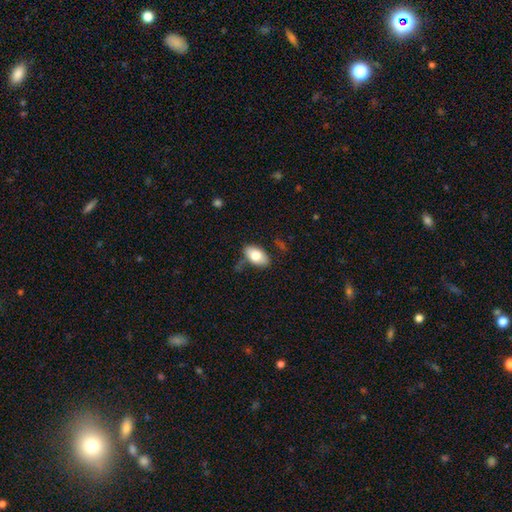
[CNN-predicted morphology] A smooth galaxy with no disk features (75%) that is in between round and cigar-shaped (93%).

Vote fractions:
- Smooth or featured? smooth: 75% / featured or disk: 18% / star or artifact: 7%
- How rounded? in between: 93% / round: 5% / cigar-shaped: 2%
- Merging? none: 69% / minor disturbance: 21% / major disturbance: 6% / merger: 4%